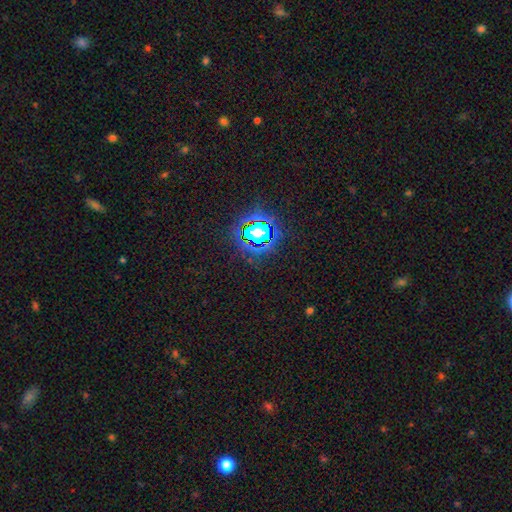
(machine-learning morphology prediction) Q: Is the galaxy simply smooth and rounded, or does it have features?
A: star or artifact — 82%.